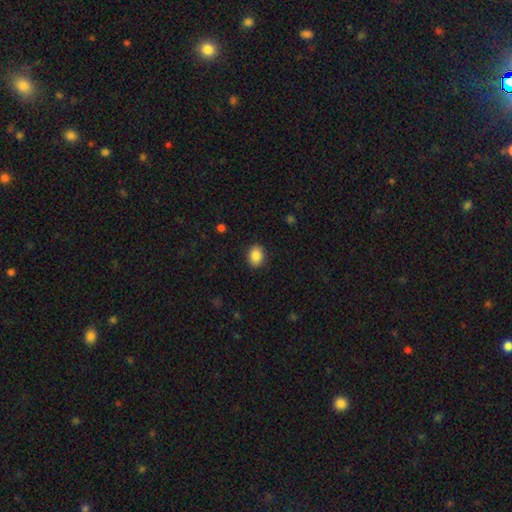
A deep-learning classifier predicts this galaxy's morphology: A smooth galaxy with no disk features (87%) that is in between round and cigar-shaped (56%).

Vote fractions:
- Smooth or featured? smooth: 87% / star or artifact: 9% / featured or disk: 4%
- How rounded? in between: 56% / round: 43% / cigar-shaped: 1%
- Merging? none: 89% / minor disturbance: 8% / major disturbance: 2% / merger: 1%